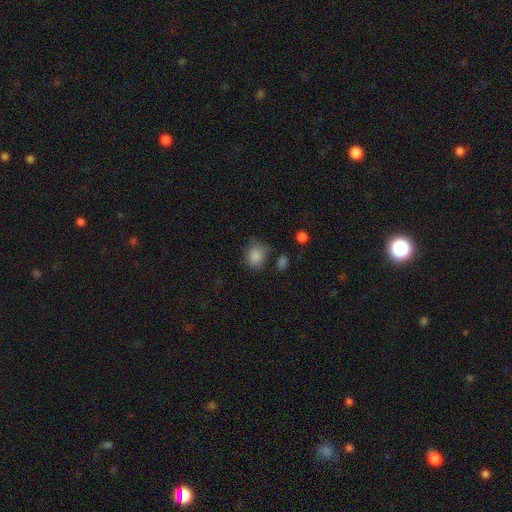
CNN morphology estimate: Smooth or featured: smooth — 85% (star or artifact — 10%)
How rounded: round — 58% (in between — 41%)
Merging: none — 61% (minor disturbance — 25%)